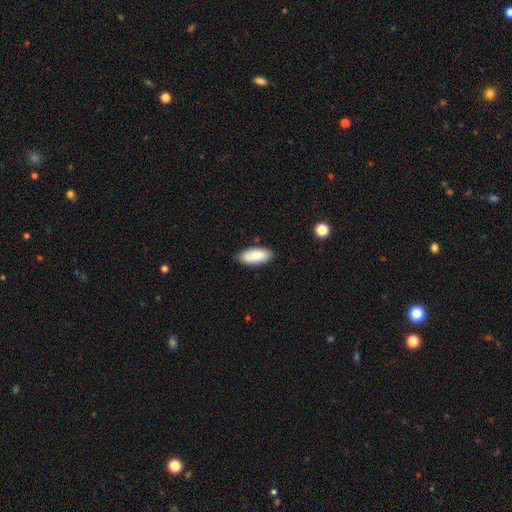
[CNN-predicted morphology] smooth 83%, featured or disk 11%, star or artifact 6%. Down the decision tree: how rounded — in between (88%); merging — none (84%).